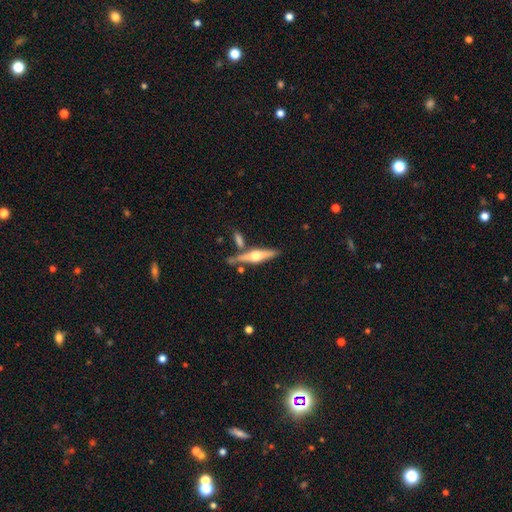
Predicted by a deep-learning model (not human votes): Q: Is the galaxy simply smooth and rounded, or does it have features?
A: featured or disk — 69%.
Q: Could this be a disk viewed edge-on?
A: yes — 96%.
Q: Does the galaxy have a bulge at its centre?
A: rounded — 94%.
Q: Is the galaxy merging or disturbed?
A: none — 71%.